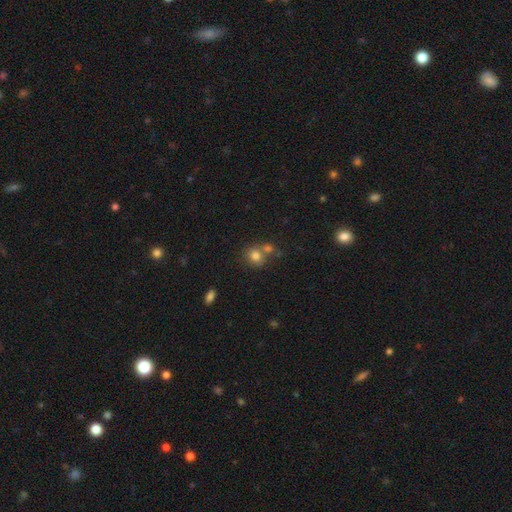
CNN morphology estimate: type=smooth (78%); roundness=round (75%); merging=none (50%).